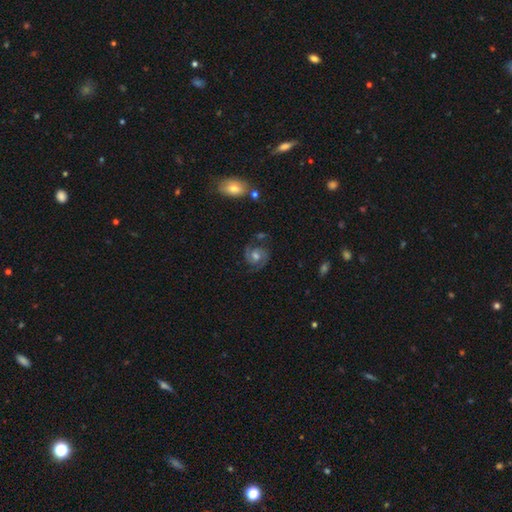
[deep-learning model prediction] featured or disk 84%, smooth 9%, star or artifact 7%. Down the decision tree: edge-on disk — no (98%); bar — no (56%); spiral arms — yes (97%); spiral arm count — 2 (91%); spiral winding — medium (49%); bulge size — moderate (67%); merging — none (79%).